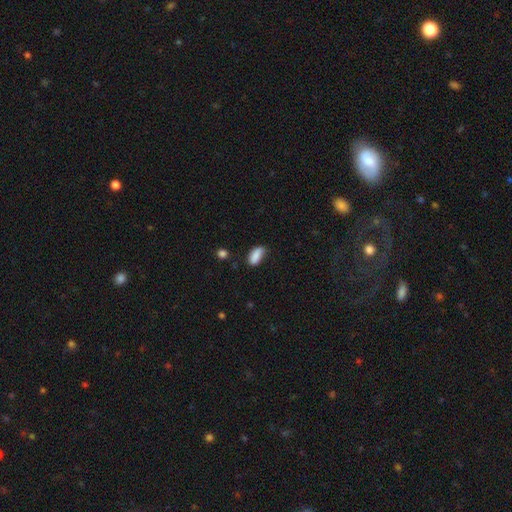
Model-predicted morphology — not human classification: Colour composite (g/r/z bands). It shows a smooth galaxy with no disk features (86%) that is in between round and cigar-shaped (87%). Merging: none (58%).